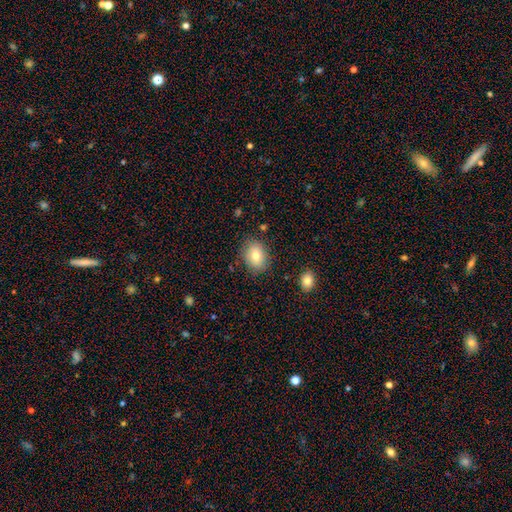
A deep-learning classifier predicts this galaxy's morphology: smooth_or_featured: smooth (p=0.77) [alt: featured or disk p=0.14]
how_rounded: in between (p=0.58) [alt: round p=0.41]
merging: none (p=0.83) [alt: minor disturbance p=0.12]